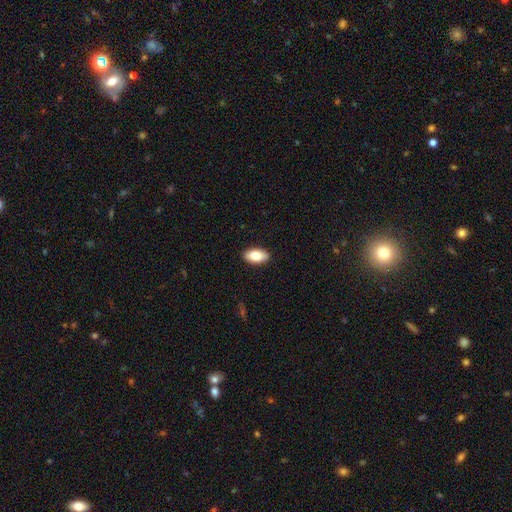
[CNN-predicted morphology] Overall: smooth (81%). How rounded: in between (93%). Merging: none (90%).